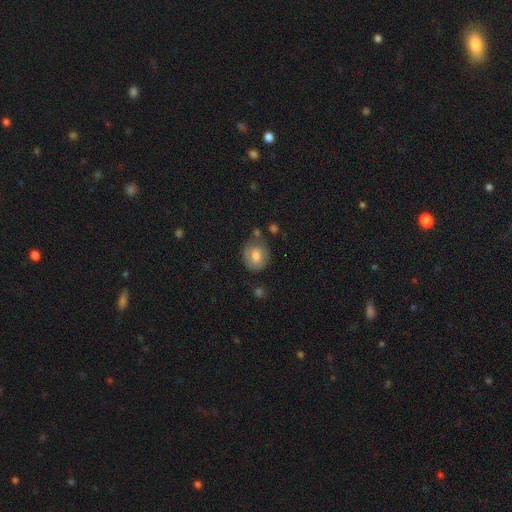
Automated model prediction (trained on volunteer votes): smooth_or_featured: smooth (p=0.69) [alt: featured or disk p=0.24]
how_rounded: round (p=0.59) [alt: in between p=0.40]
merging: none (p=0.65) [alt: minor disturbance p=0.22]